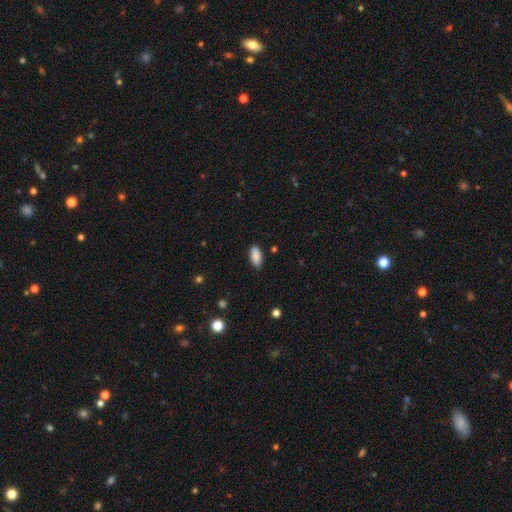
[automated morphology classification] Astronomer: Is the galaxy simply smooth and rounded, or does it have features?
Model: smooth — 87%.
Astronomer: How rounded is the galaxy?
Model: in between — 91%.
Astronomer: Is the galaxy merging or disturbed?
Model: none — 84%.